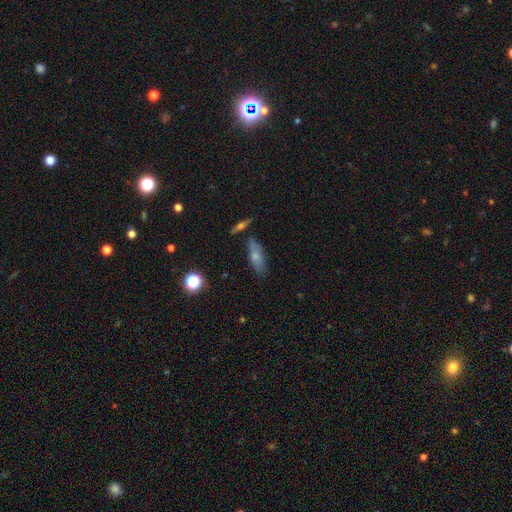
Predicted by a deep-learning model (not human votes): The model was most divided on "how rounded": in between: 61%, cigar-shaped: 35%, round: 4%. More confident: merging — none (71%); smooth or featured — smooth (68%).